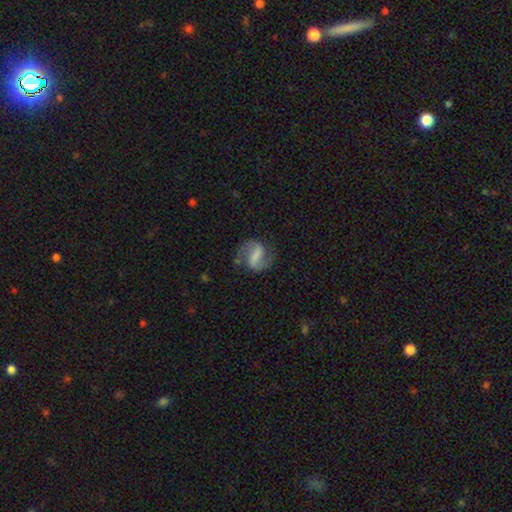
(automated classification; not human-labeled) A featured or disk galaxy (78%) with a strong bar (59%), 2 (91%) medium (50%) spiral arms (92%) and no central bulge (45%). Merging: none (73%).